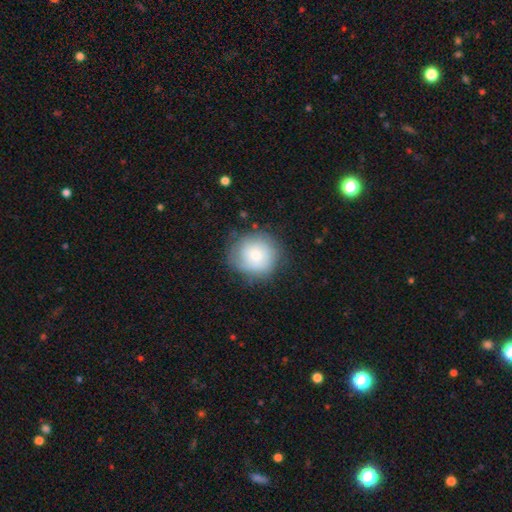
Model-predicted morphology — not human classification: smooth 66%, featured or disk 26%, star or artifact 8%. Down the decision tree: how rounded — round (91%); merging — none (74%).